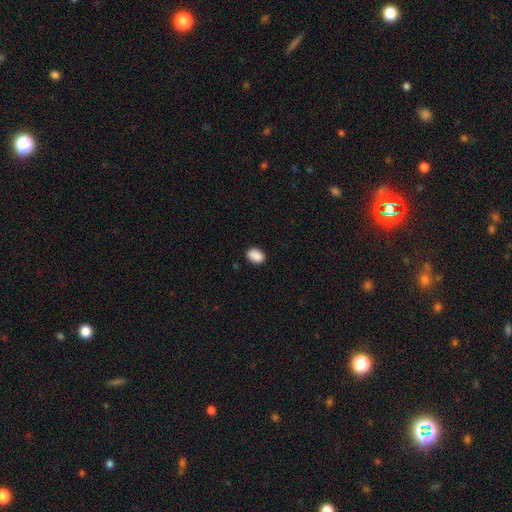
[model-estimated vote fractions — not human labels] Q: Smooth or featured?
A: smooth (90%); runner-up: star or artifact (8%)
Q: How rounded?
A: in between (74%); runner-up: round (25%)
Q: Merging?
A: none (87%); runner-up: minor disturbance (10%)